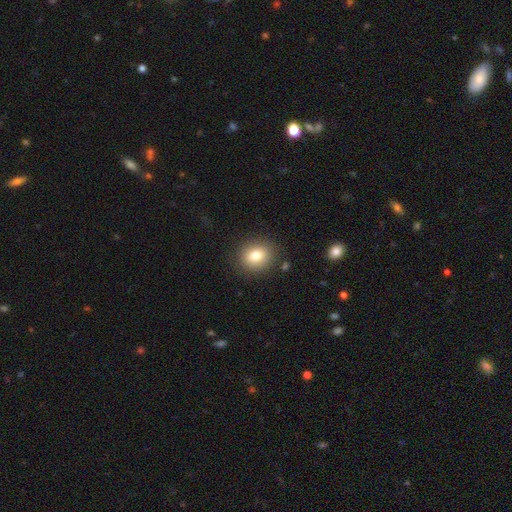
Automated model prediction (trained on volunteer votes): A smooth galaxy with no disk features (79%) that is round (69%).

Vote fractions:
- Smooth or featured? smooth: 79% / featured or disk: 10% / star or artifact: 10%
- How rounded? round: 69% / in between: 30% / cigar-shaped: 1%
- Merging? none: 86% / minor disturbance: 9% / major disturbance: 3% / merger: 2%